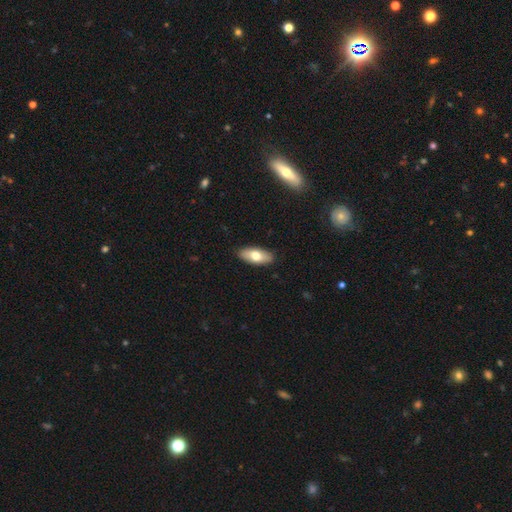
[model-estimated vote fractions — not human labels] This is likely a smooth galaxy (72%). How rounded: clearly in between (85%). Merging: clearly none (89%).